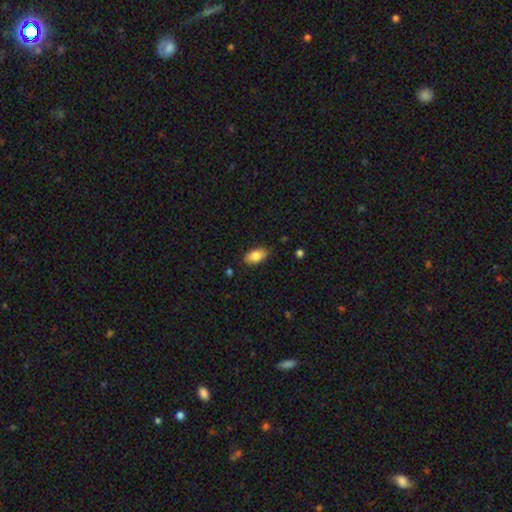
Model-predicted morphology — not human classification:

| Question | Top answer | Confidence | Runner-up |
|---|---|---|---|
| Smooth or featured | smooth | 83% | featured or disk (10%) |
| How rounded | in between | 91% | round (5%) |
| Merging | none | 84% | minor disturbance (12%) |